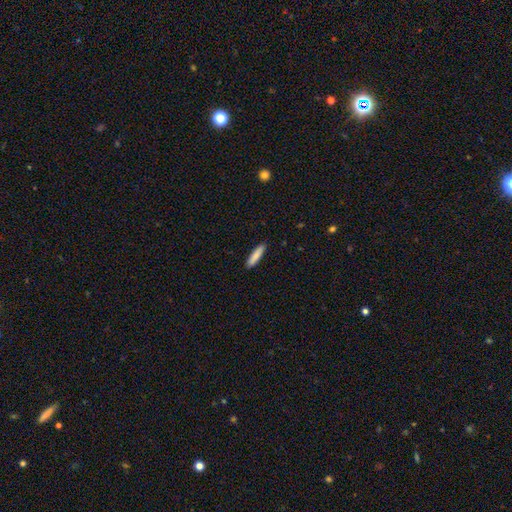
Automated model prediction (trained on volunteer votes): smooth-or-featured: smooth: 86% | featured or disk: 9% | star or artifact: 6%
  how-rounded: cigar-shaped: 84% | in between: 15% | round: 1%
  merging: none: 90% | minor disturbance: 7% | major disturbance: 1% | merger: 1%